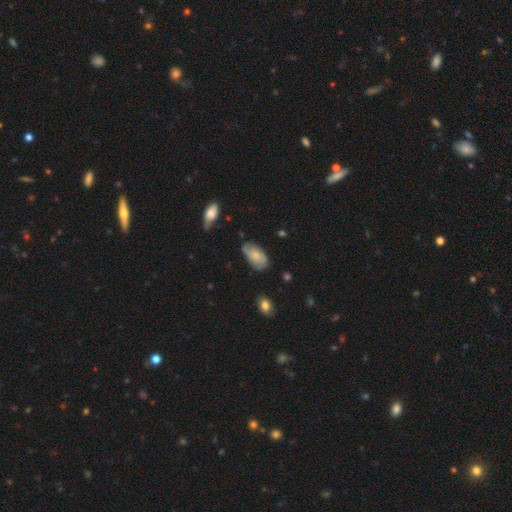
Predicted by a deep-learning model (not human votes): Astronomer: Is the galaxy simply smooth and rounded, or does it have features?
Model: smooth — 61%.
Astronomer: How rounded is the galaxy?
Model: in between — 93%.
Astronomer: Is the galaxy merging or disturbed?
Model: none — 64%.